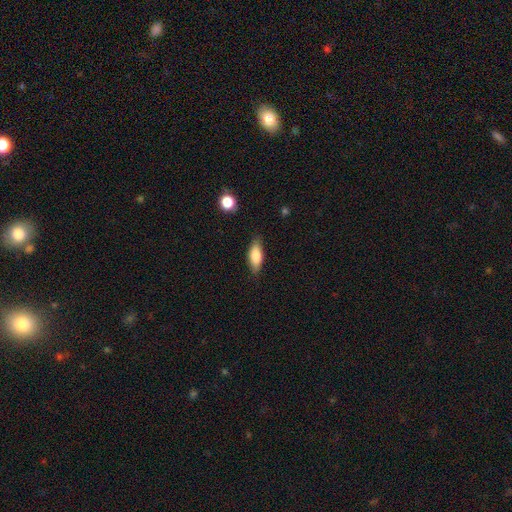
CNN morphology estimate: smooth-or-featured: smooth: 79% | featured or disk: 14% | star or artifact: 7%
  how-rounded: in between: 74% | cigar-shaped: 23% | round: 3%
  merging: none: 82% | minor disturbance: 14% | major disturbance: 3% | merger: 1%